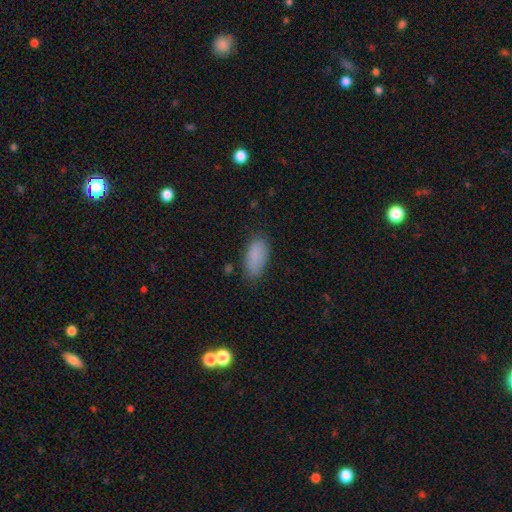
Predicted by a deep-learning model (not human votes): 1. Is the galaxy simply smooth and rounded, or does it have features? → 86% smooth, 8% star or artifact, 6% featured or disk.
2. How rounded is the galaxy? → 89% in between, 8% cigar-shaped, 3% round.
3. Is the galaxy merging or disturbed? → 76% none, 18% minor disturbance, 4% major disturbance, 2% merger.